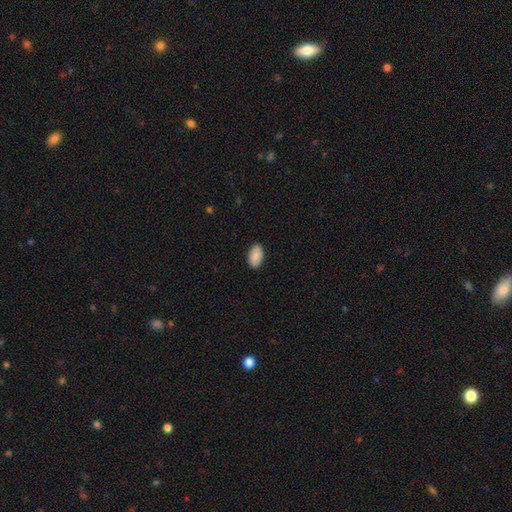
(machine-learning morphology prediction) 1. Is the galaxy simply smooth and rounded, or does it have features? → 89% smooth, 6% star or artifact, 4% featured or disk.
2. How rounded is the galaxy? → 95% in between, 4% round, 1% cigar-shaped.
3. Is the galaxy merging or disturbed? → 89% none, 8% minor disturbance, 2% major disturbance, 1% merger.